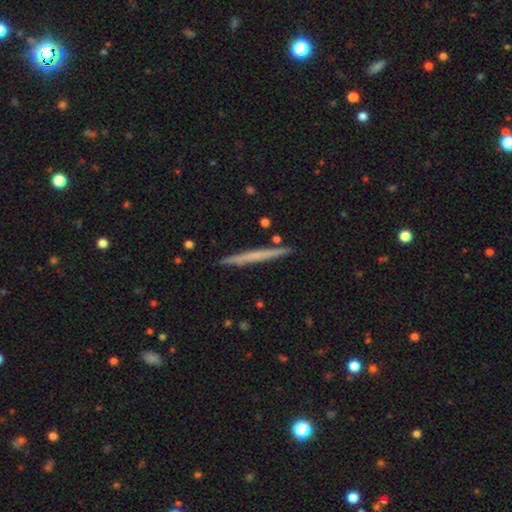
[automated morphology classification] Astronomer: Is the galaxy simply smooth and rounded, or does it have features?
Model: smooth — 48% (runner-up: featured or disk, 46%).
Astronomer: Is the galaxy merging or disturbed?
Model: none — 91%.